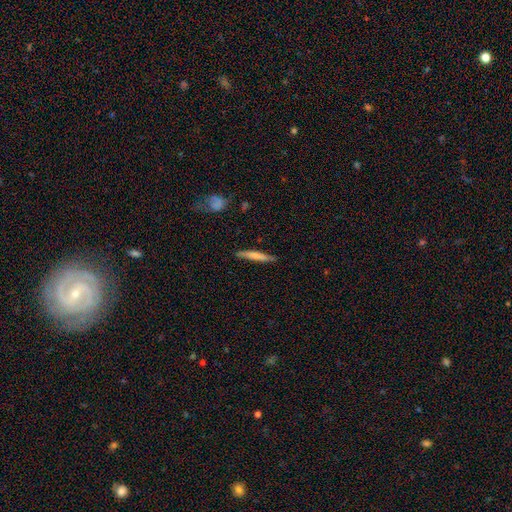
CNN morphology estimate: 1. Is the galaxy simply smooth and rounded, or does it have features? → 68% smooth, 26% featured or disk, 6% star or artifact.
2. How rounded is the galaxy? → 94% cigar-shaped, 5% in between, 1% round.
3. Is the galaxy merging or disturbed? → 84% none, 12% minor disturbance, 2% major disturbance, 2% merger.